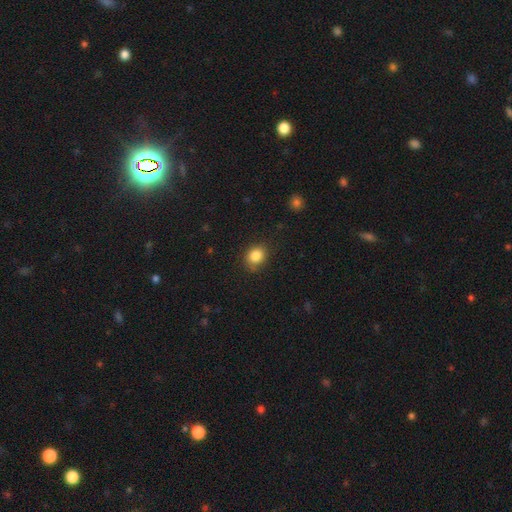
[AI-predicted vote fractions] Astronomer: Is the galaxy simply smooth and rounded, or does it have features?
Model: smooth — 85%.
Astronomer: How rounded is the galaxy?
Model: round — 61% (runner-up: in between, 38%).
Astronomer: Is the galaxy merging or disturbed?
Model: none — 81%.